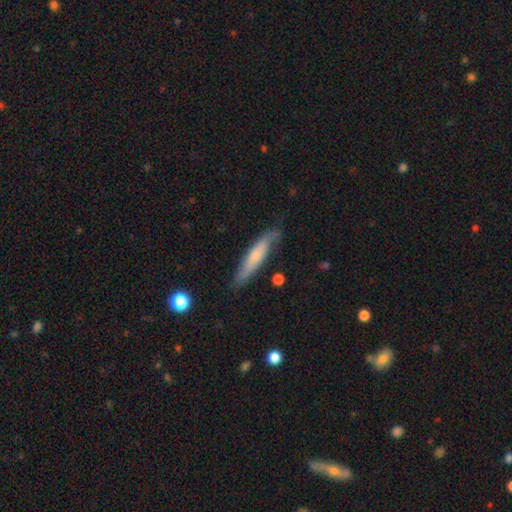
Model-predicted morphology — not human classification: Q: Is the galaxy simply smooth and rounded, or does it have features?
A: smooth — 59%.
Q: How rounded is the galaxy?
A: cigar-shaped — 85%.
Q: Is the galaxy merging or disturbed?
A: none — 75%.